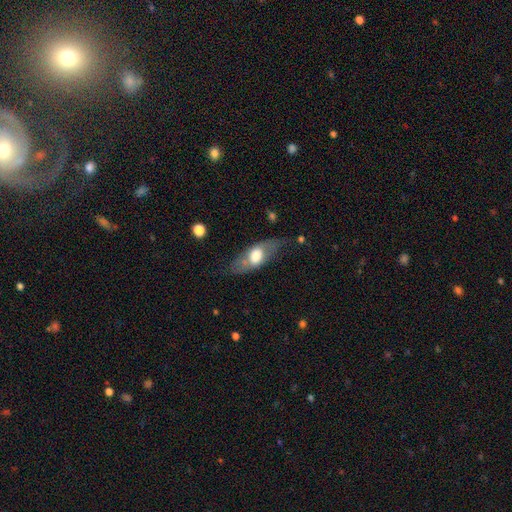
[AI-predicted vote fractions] Smooth or featured? smooth (51%)
How rounded? in between (73%)
Merging? none (65%)